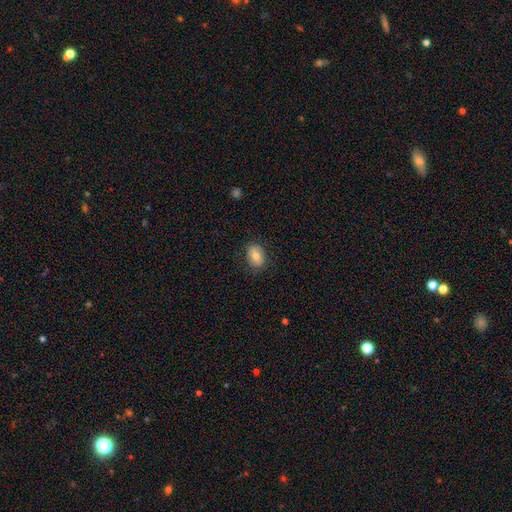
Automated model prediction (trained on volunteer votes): Morphology: type=smooth (74%); roundness=in between (75%); merging=none (83%).